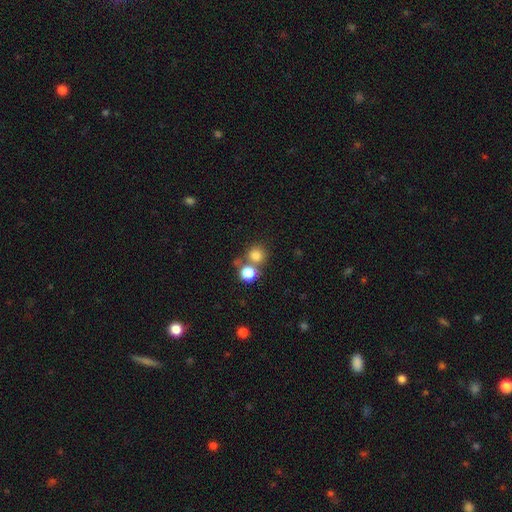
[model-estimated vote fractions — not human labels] smooth-or-featured: smooth: 78% | star or artifact: 14% | featured or disk: 8%
  how-rounded: round: 89% | in between: 10% | cigar-shaped: 1%
  merging: none: 57% | merger: 32% | minor disturbance: 8% | major disturbance: 4%